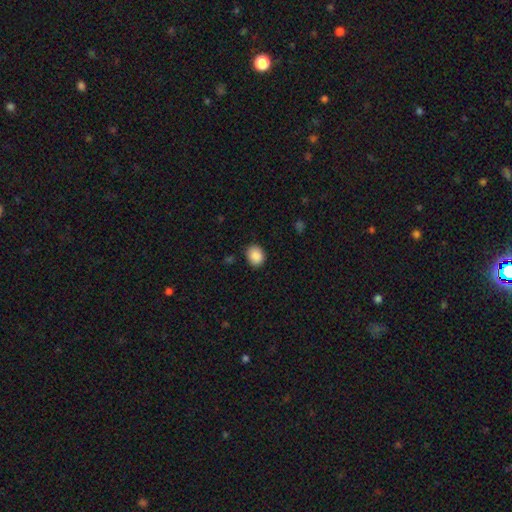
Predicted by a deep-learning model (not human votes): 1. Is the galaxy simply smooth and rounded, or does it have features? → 89% smooth, 8% star or artifact, 3% featured or disk.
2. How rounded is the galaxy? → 58% round, 41% in between, 1% cigar-shaped.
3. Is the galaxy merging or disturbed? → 86% none, 10% minor disturbance, 3% major disturbance, 1% merger.